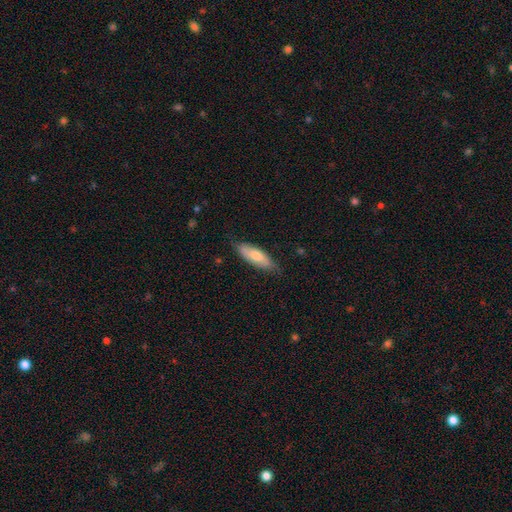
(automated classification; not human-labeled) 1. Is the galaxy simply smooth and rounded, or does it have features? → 70% smooth, 25% featured or disk, 5% star or artifact.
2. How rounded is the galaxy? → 65% in between, 34% cigar-shaped, 2% round.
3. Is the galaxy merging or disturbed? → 74% none, 21% minor disturbance, 3% major disturbance, 1% merger.